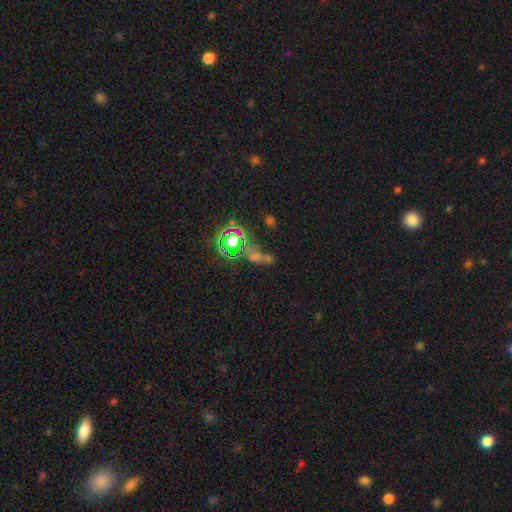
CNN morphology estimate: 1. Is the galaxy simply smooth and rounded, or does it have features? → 63% star or artifact, 25% smooth, 12% featured or disk.